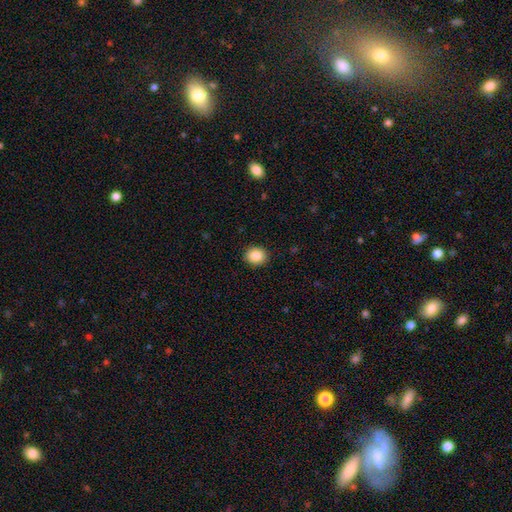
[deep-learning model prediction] Morphology: type=smooth (86%); roundness=round (73%); merging=none (91%).